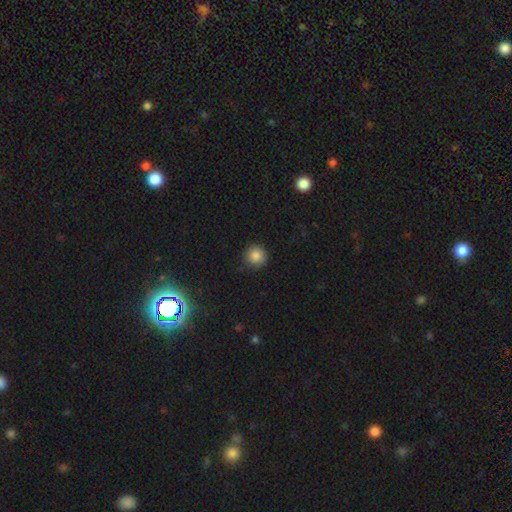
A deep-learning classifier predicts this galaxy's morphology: Smooth or featured? Predicted: smooth (p=0.84). How rounded? Predicted: round (p=0.94). Merging? Predicted: none (p=0.88).